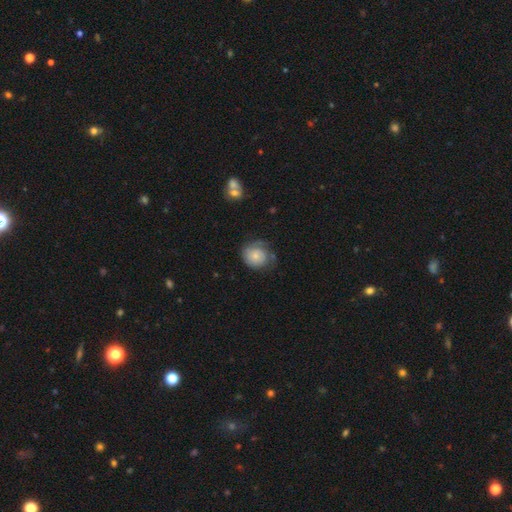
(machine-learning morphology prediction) This appears to be a smooth galaxy with no disk features (53%) that is round (77%). Merging: none (55%).